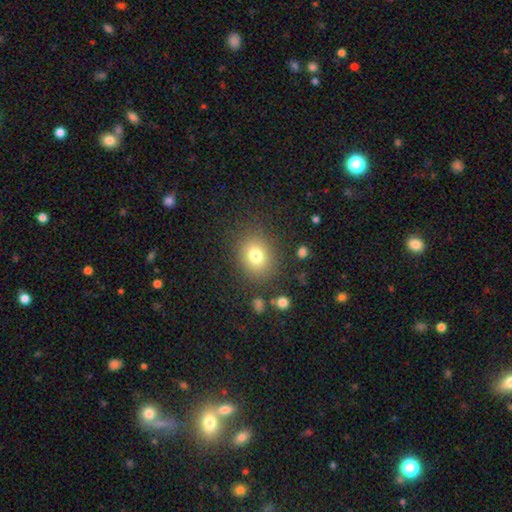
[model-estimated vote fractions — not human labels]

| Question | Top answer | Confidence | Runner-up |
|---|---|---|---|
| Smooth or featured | smooth | 77% | star or artifact (12%) |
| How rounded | round | 60% | in between (39%) |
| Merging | none | 82% | minor disturbance (10%) |